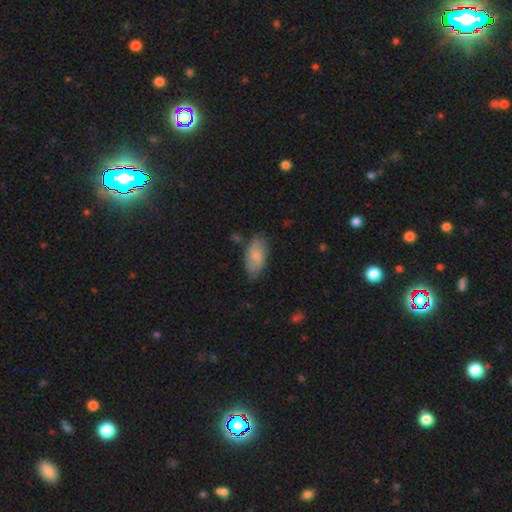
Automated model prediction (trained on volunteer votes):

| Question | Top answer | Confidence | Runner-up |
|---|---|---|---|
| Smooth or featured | smooth | 59% | featured or disk (34%) |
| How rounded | in between | 91% | cigar-shaped (6%) |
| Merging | none | 67% | minor disturbance (25%) |